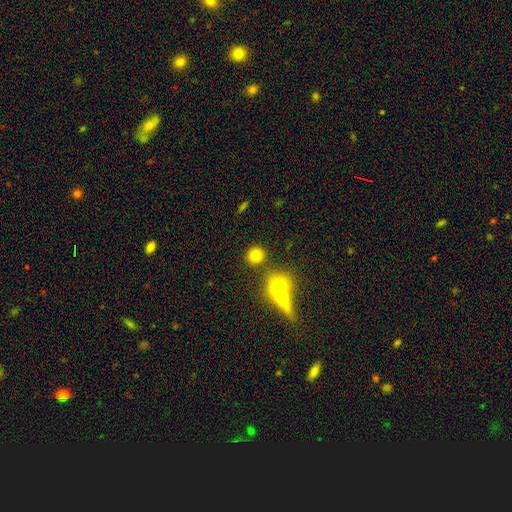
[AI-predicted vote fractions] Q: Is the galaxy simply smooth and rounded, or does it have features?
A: smooth — 79%.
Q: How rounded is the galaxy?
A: round — 88%.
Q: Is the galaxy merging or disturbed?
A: none — 74%.